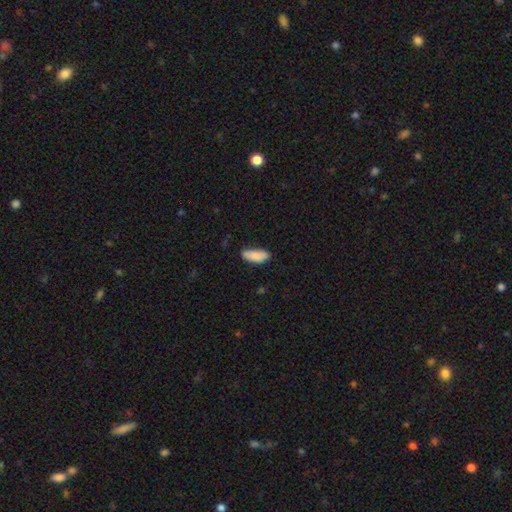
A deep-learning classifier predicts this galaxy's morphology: The model was most divided on "merging": none: 75%, minor disturbance: 20%, major disturbance: 3%, merger: 2%. More confident: smooth or featured — smooth (88%); how rounded — in between (77%).